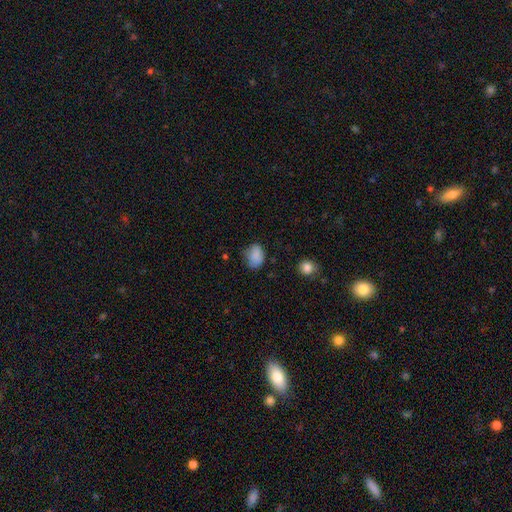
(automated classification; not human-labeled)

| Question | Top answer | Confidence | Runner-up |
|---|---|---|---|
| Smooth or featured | smooth | 86% | star or artifact (9%) |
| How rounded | in between | 71% | round (28%) |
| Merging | none | 65% | minor disturbance (27%) |